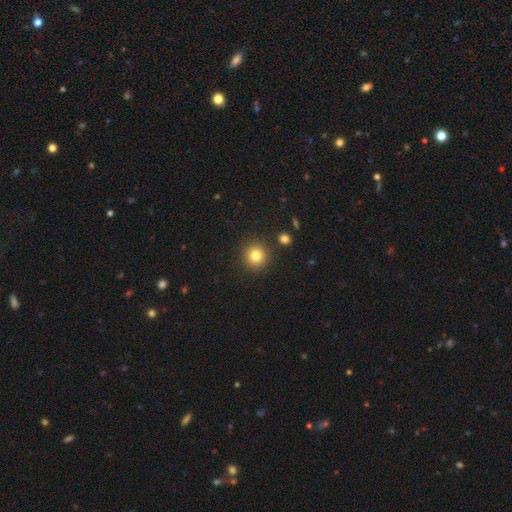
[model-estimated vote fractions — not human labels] A smooth galaxy with no disk features (82%) that is round (94%).

Vote fractions:
- Smooth or featured? smooth: 82% / star or artifact: 12% / featured or disk: 7%
- How rounded? round: 94% / in between: 5% / cigar-shaped: 1%
- Merging? none: 89% / minor disturbance: 6% / merger: 3% / major disturbance: 2%